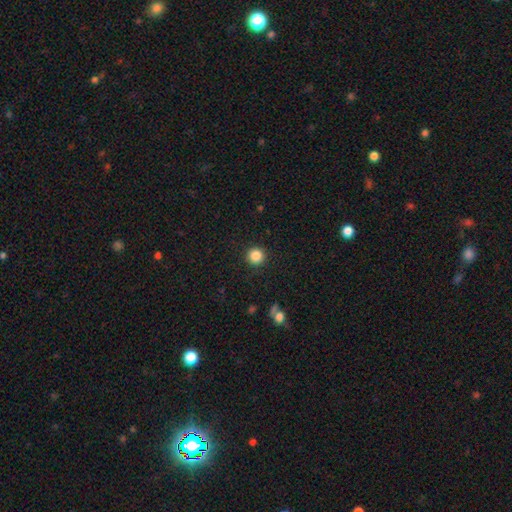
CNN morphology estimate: smooth-or-featured: smooth: 86% | star or artifact: 10% | featured or disk: 3%
  how-rounded: round: 96% | in between: 3% | cigar-shaped: 1%
  merging: none: 92% | minor disturbance: 5% | major disturbance: 2% | merger: 1%